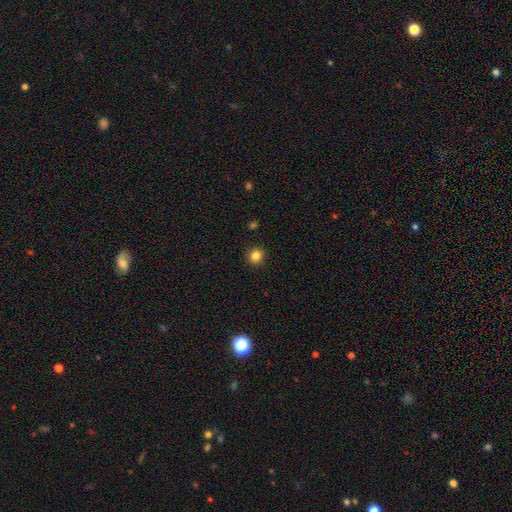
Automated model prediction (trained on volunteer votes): Smooth or featured: smooth — 83% (star or artifact — 12%)
How rounded: round — 93% (in between — 6%)
Merging: none — 92% (minor disturbance — 5%)